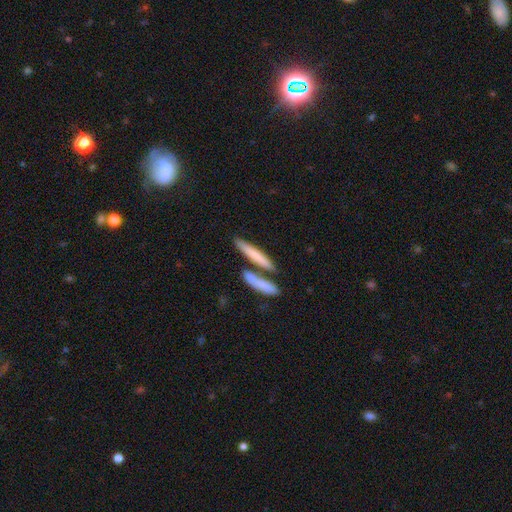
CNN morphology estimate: A smooth galaxy with no disk features (68%) that is cigar-shaped (88%).

Vote fractions:
- Smooth or featured? smooth: 68% / featured or disk: 26% / star or artifact: 6%
- How rounded? cigar-shaped: 88% / in between: 10% / round: 2%
- Merging? none: 61% / merger: 26% / minor disturbance: 10% / major disturbance: 3%